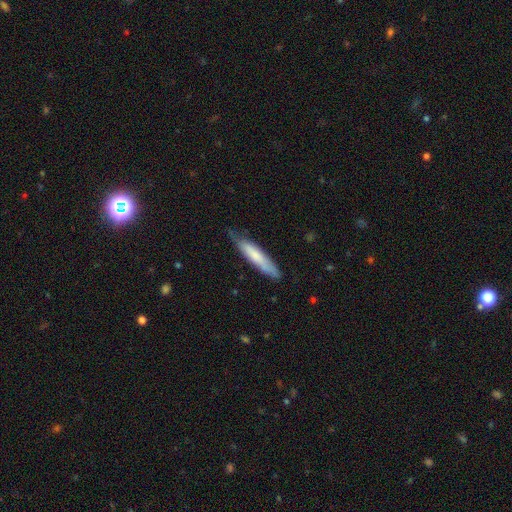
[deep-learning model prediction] smooth 67%, featured or disk 27%, star or artifact 6%. Down the decision tree: how rounded — cigar-shaped (85%); merging — none (68%).